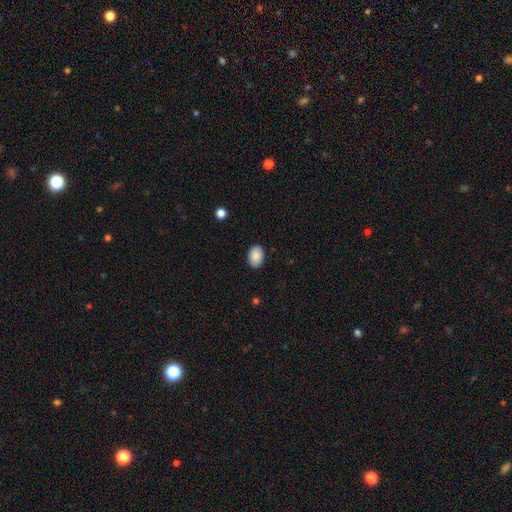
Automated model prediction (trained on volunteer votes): Q: Smooth or featured?
A: smooth (89%); runner-up: star or artifact (7%)
Q: How rounded?
A: in between (86%); runner-up: round (13%)
Q: Merging?
A: none (89%); runner-up: minor disturbance (8%)